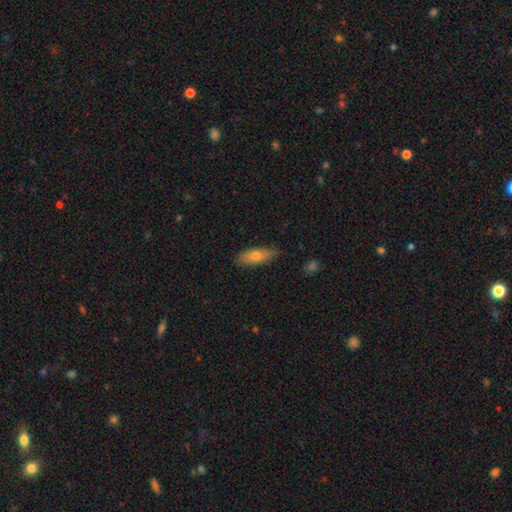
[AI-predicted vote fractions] The model was most divided on "how rounded": in between: 63%, cigar-shaped: 34%, round: 3%. More confident: merging — none (78%); smooth or featured — smooth (70%).